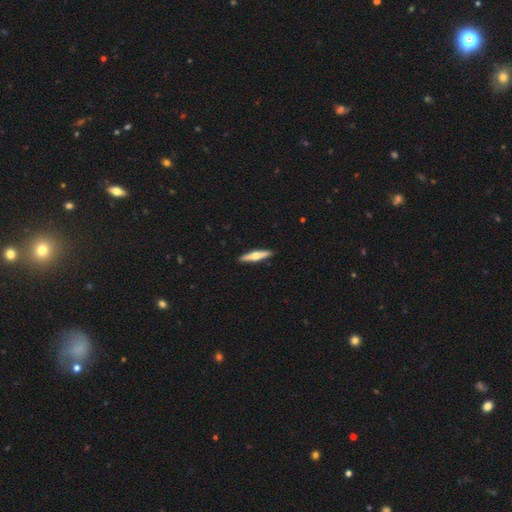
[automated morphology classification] smooth-or-featured: featured or disk: 61% | smooth: 35% | star or artifact: 5%
  disk-edge-on: yes: 97% | no: 3%
    edge-on-bulge: rounded: 93% | boxy: 4% | none: 3%
  merging: none: 92% | minor disturbance: 6% | major disturbance: 1% | merger: 1%